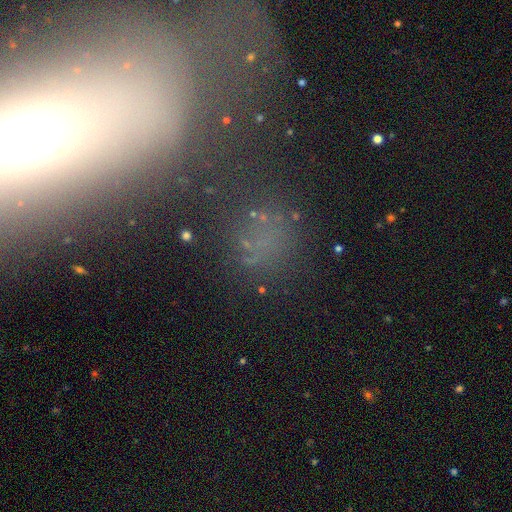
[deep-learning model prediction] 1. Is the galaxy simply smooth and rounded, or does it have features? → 50% star or artifact, 33% smooth, 17% featured or disk.